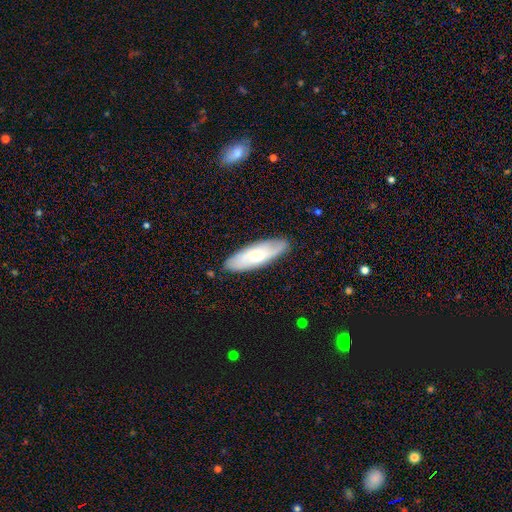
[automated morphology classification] A smooth galaxy with no disk features (47%, tied with featured or disk). Merging: none (85%).